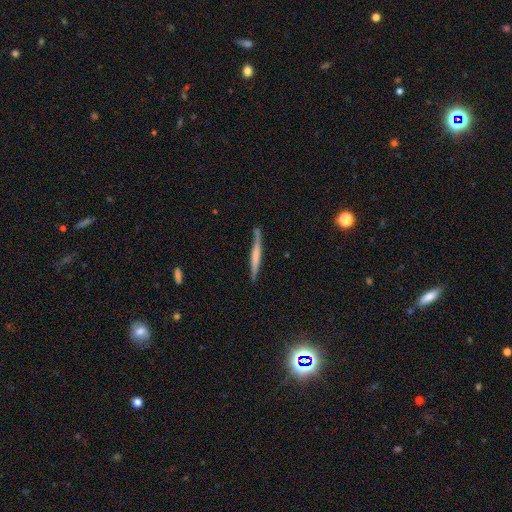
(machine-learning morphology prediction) Q: Smooth or featured?
A: smooth (48%); runner-up: featured or disk (46%)
Q: Merging?
A: none (77%); runner-up: minor disturbance (17%)